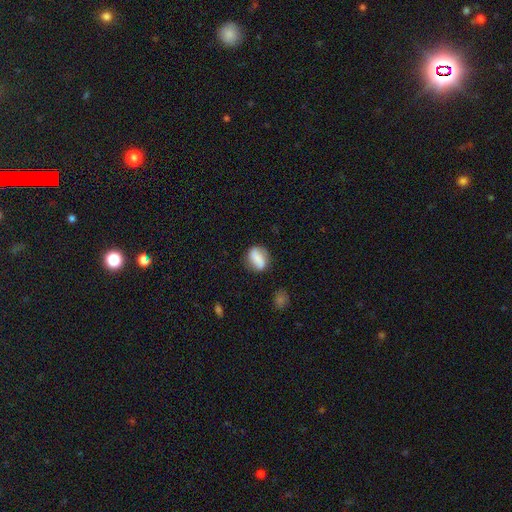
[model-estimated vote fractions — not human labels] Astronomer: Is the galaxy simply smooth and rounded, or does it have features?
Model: smooth — 66%.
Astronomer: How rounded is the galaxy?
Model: in between — 64%.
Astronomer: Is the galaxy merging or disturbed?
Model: none — 72%.